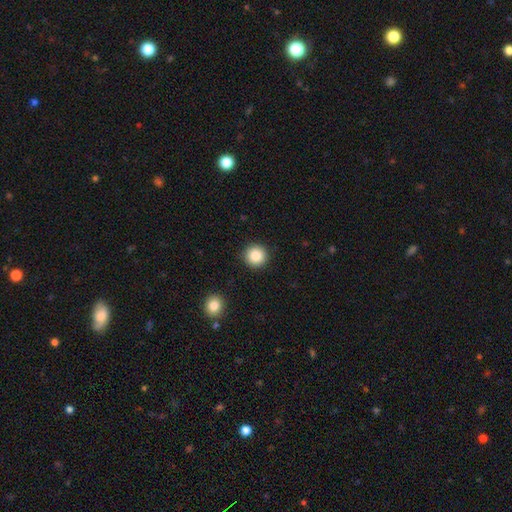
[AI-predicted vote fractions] This is clearly a smooth galaxy (86%). How rounded: clearly round (95%). Merging: clearly none (91%).